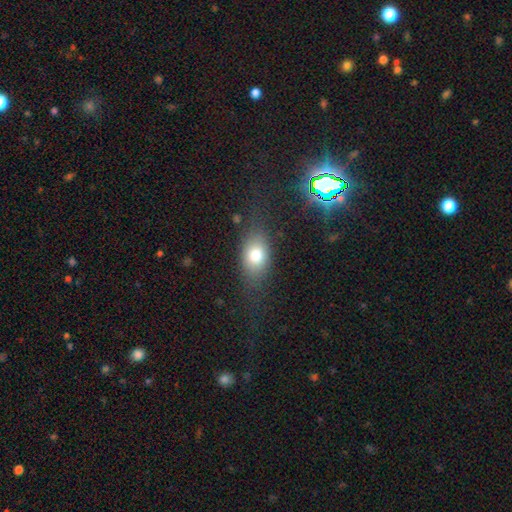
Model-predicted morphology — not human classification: smooth 78%, featured or disk 13%, star or artifact 9%. Down the decision tree: how rounded — in between (79%); merging — none (70%).